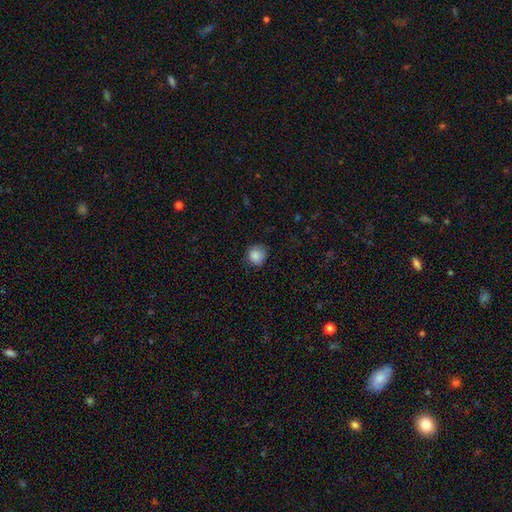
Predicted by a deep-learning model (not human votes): Morphology: type=smooth (87%); roundness=round (89%); merging=none (80%).